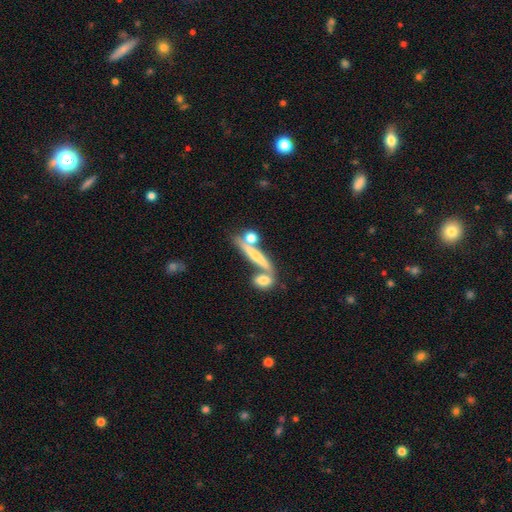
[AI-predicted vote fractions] Morphology: type=smooth (52%); roundness=cigar-shaped (75%); merging=none (49%).